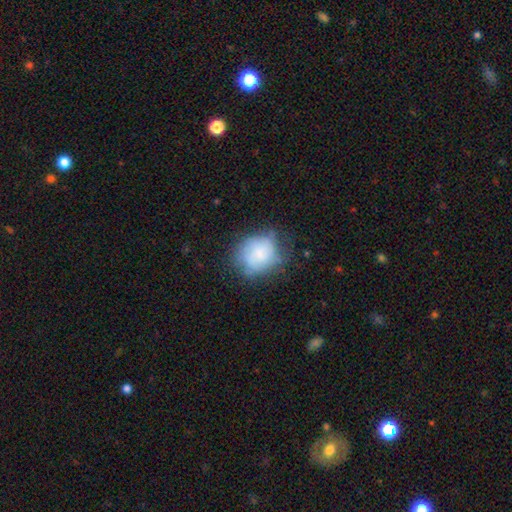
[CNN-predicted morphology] Smooth or featured? smooth (59%)
How rounded? round (63%)
Merging? none (59%)